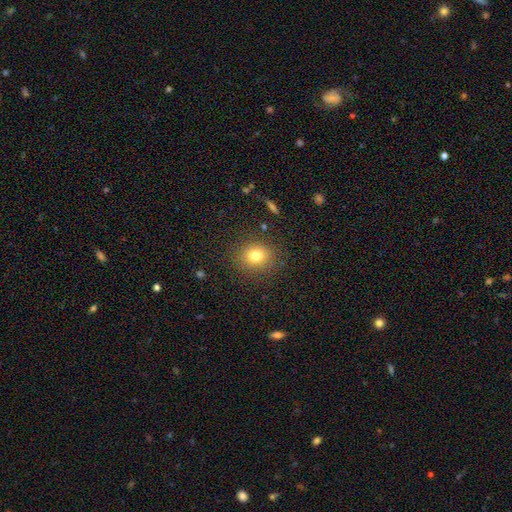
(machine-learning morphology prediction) A smooth galaxy with no disk features (78%) that is round (77%).

Vote fractions:
- Smooth or featured? smooth: 78% / star or artifact: 13% / featured or disk: 9%
- How rounded? round: 77% / in between: 22% / cigar-shaped: 1%
- Merging? none: 86% / minor disturbance: 9% / major disturbance: 3% / merger: 1%